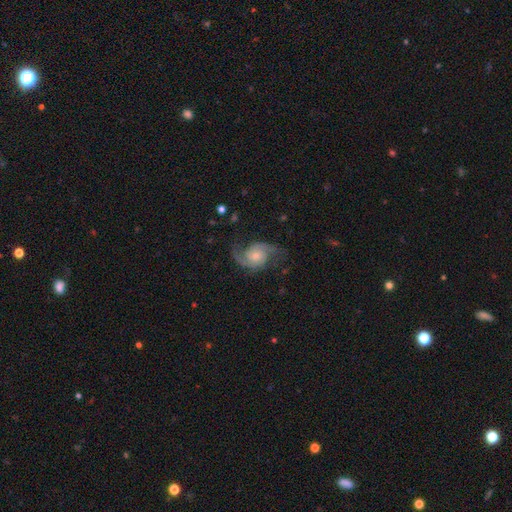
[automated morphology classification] Overall: featured or disk (86%). Edge-on disk: no (98%). Bar: no (70%). Spiral arms: yes (97%). Spiral arm count: 2 (90%). Spiral winding: medium (48%; loose 38%). Bulge size: small (48%; moderate 39%). Merging: none (69%).